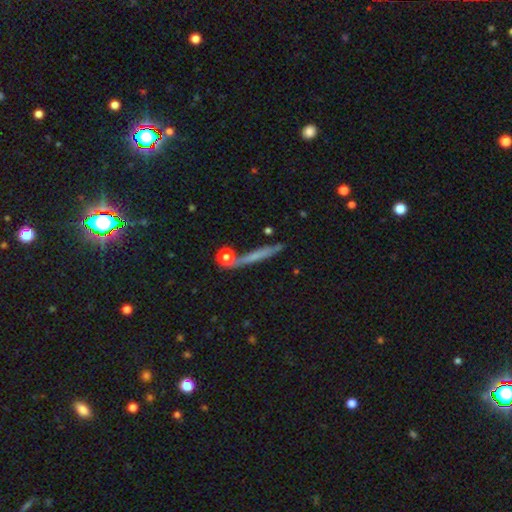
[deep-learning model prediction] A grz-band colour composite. It shows a smooth galaxy with no disk features (50%). Merging: none (78%).